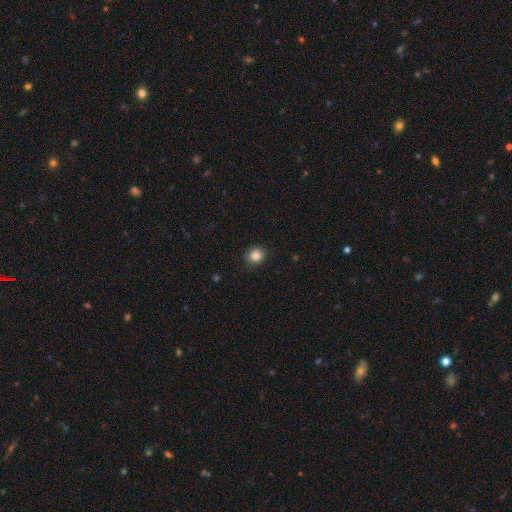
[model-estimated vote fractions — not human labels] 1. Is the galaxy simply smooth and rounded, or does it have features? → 84% smooth, 10% star or artifact, 5% featured or disk.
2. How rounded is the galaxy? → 81% round, 18% in between, 1% cigar-shaped.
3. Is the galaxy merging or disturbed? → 89% none, 8% minor disturbance, 2% major disturbance, 1% merger.